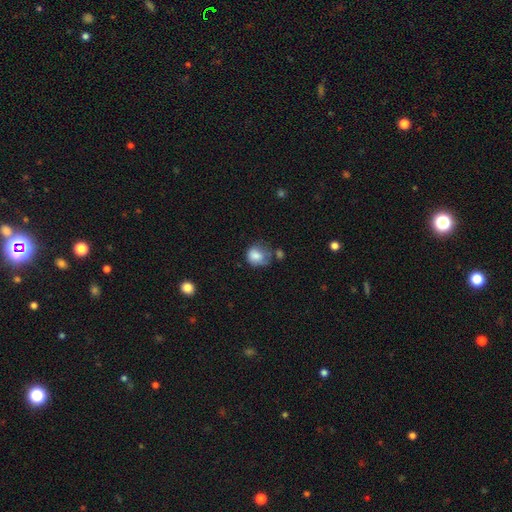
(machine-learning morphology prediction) This appears to be a smooth galaxy with no disk features (79%) that is round (62%). Merging: none (38%).